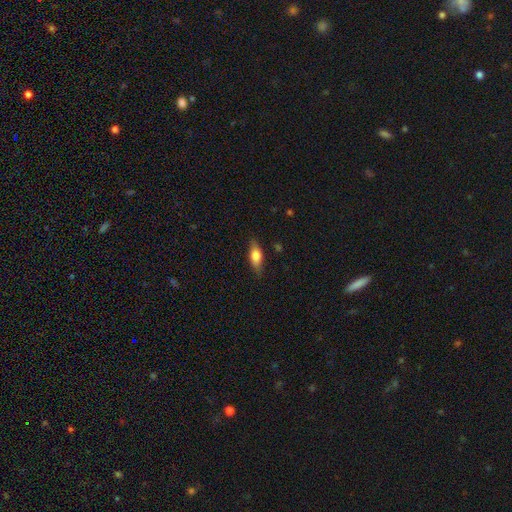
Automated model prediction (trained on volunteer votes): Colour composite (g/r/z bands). It shows a smooth galaxy with no disk features (72%) that is in between round and cigar-shaped (72%). Merging: none (82%).